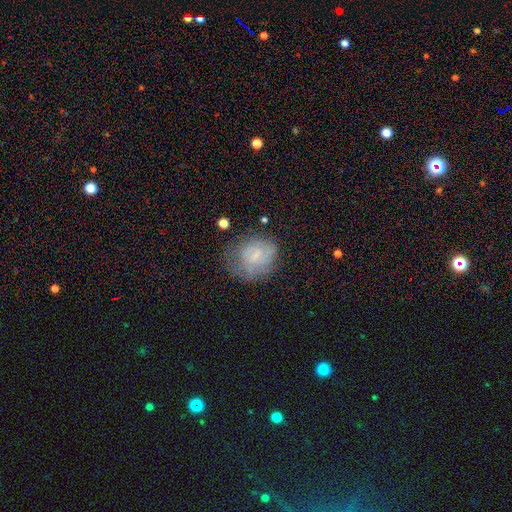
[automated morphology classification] smooth 53%, featured or disk 36%, star or artifact 11%. Down the decision tree: how rounded — round (66%); merging — none (51%).